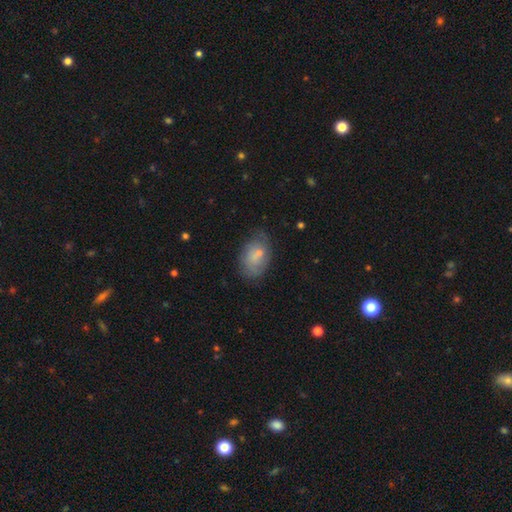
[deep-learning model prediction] A smooth galaxy with no disk features (69%) that is in between round and cigar-shaped (86%).

Vote fractions:
- Smooth or featured? smooth: 69% / featured or disk: 23% / star or artifact: 8%
- How rounded? in between: 86% / round: 13% / cigar-shaped: 1%
- Merging? none: 57% / minor disturbance: 27% / major disturbance: 9% / merger: 7%